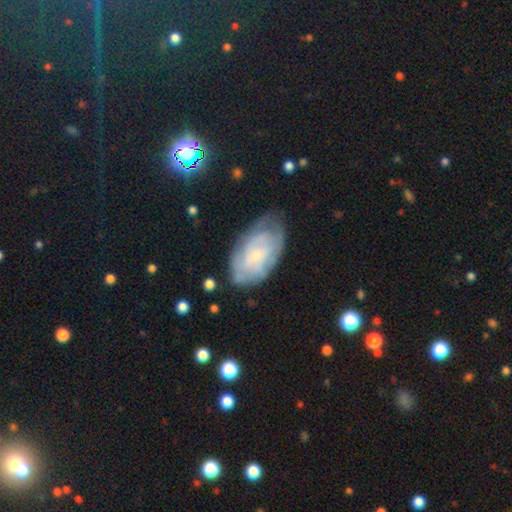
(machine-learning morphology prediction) A featured or disk galaxy (58%) with no bar (69%), spiral arms (68%) and a small central bulge (73%). Merging: none (62%).